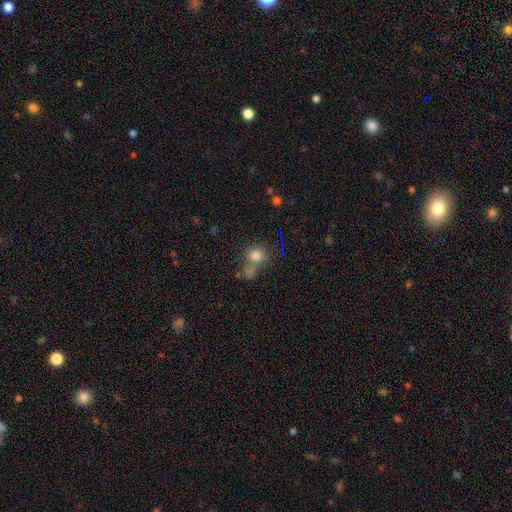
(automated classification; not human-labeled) Q: Smooth or featured?
A: smooth (76%); runner-up: star or artifact (15%)
Q: How rounded?
A: round (77%); runner-up: in between (22%)
Q: Merging?
A: none (47%); runner-up: merger (30%)